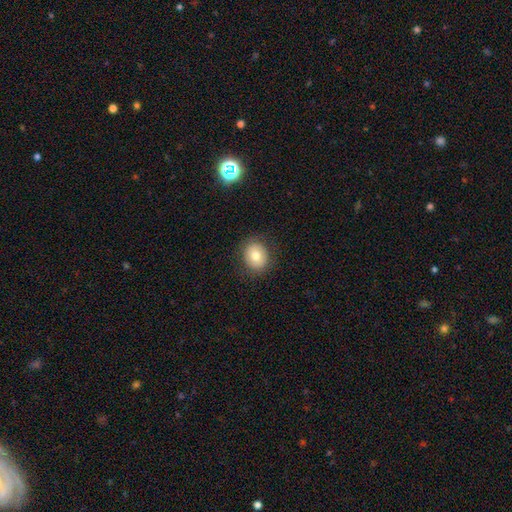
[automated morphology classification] This is likely a smooth galaxy (74%). How rounded: likely round (69%). Merging: clearly none (85%).